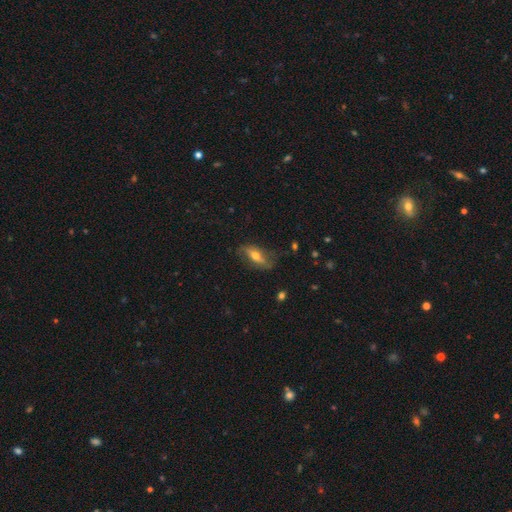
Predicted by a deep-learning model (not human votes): Smooth or featured: featured or disk — 54% (smooth — 39%)
Edge-on disk: no — 57% (yes — 43%)
Merging: none — 66% (minor disturbance — 23%)